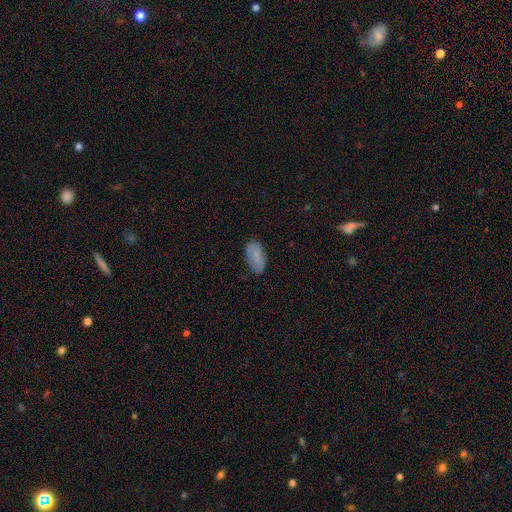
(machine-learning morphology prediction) Overall: smooth (77%). How rounded: in between (92%). Merging: none (79%).